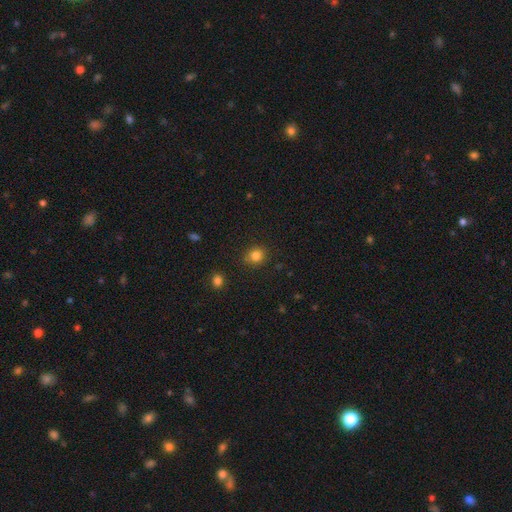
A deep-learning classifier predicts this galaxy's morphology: The model was most divided on "how rounded": round: 78%, in between: 21%, cigar-shaped: 1%. More confident: merging — none (84%); smooth or featured — smooth (83%).